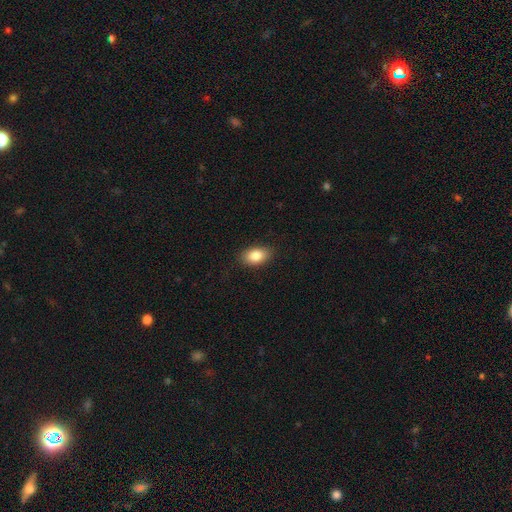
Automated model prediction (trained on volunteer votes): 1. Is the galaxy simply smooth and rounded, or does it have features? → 85% smooth, 8% featured or disk, 8% star or artifact.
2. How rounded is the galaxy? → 89% in between, 10% round, 2% cigar-shaped.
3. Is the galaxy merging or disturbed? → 87% none, 10% minor disturbance, 2% major disturbance, 1% merger.